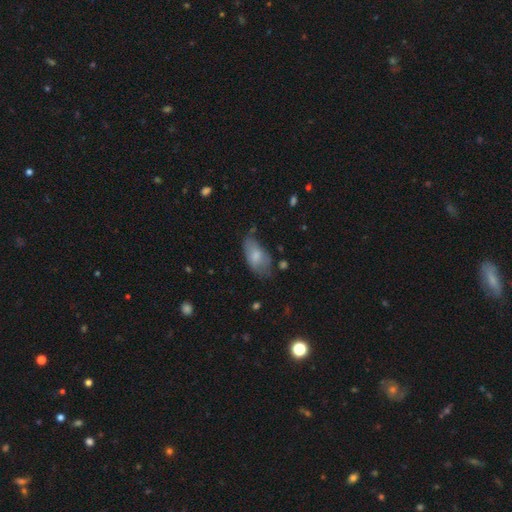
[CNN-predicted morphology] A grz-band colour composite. It shows a smooth galaxy with no disk features (73%) that is in between round and cigar-shaped (92%). Merging: none (44%).